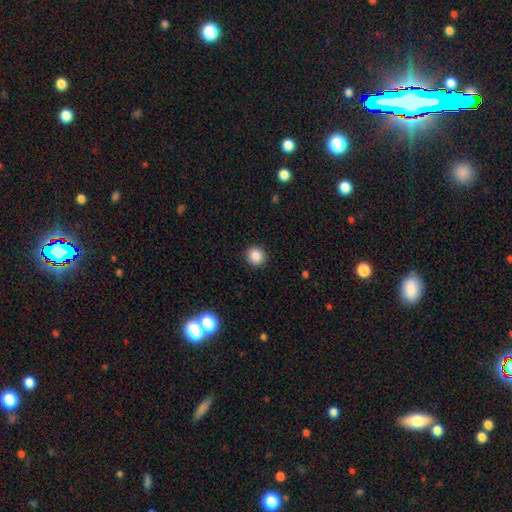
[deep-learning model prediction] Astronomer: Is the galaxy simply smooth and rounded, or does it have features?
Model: smooth — 85%.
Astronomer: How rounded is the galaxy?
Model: round — 91%.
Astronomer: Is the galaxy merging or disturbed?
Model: none — 92%.